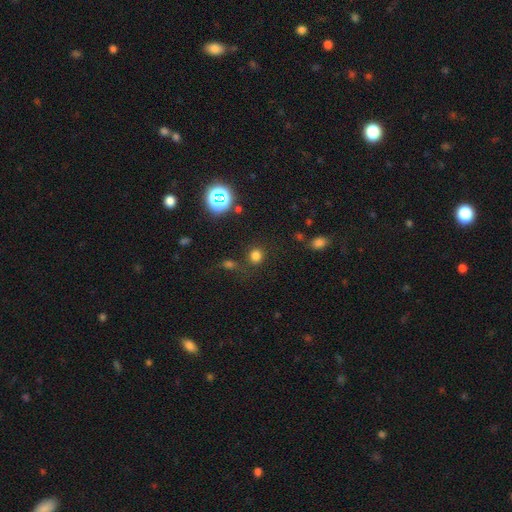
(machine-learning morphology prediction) This is likely a smooth galaxy (75%). How rounded: clearly round (84%). Merging: likely none (78%).